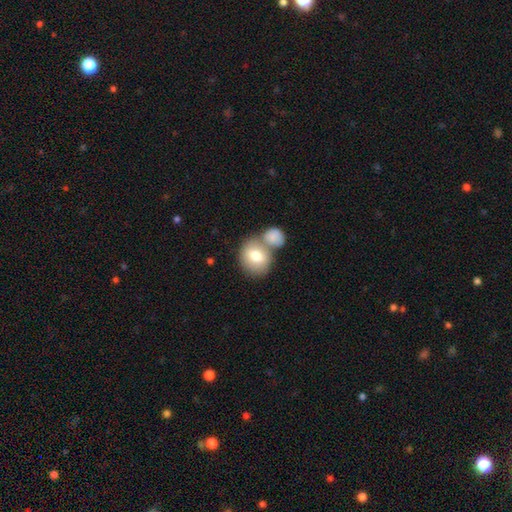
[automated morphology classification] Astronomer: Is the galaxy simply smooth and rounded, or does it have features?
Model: smooth — 77%.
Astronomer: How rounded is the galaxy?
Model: round — 65%.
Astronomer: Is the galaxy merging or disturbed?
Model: merger — 44% (runner-up: none, 41%).